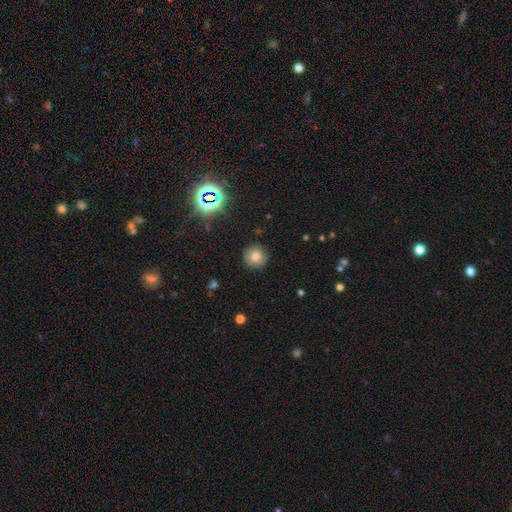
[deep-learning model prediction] Q: Smooth or featured?
A: smooth (72%); runner-up: star or artifact (16%)
Q: How rounded?
A: round (94%); runner-up: in between (5%)
Q: Merging?
A: none (88%); runner-up: minor disturbance (8%)